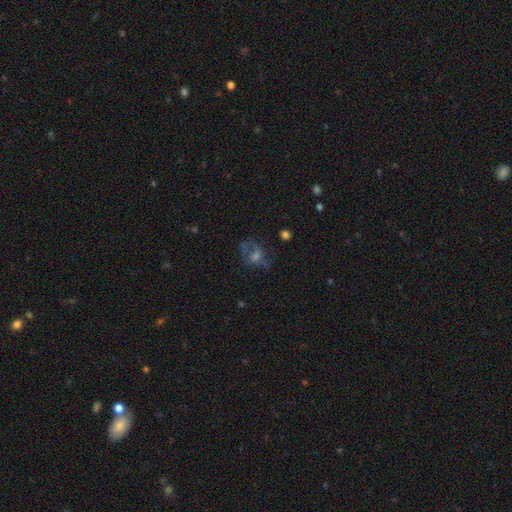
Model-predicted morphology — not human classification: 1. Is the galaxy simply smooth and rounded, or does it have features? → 44% featured or disk, 31% smooth, 25% star or artifact.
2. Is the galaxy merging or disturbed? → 52% none, 26% major disturbance, 19% minor disturbance, 3% merger.